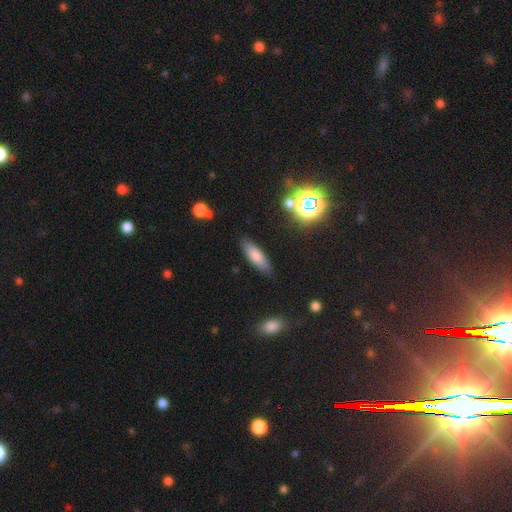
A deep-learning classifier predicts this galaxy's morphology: This appears to be a smooth galaxy with no disk features (74%) that is in between round and cigar-shaped (49%). Merging: none (85%).